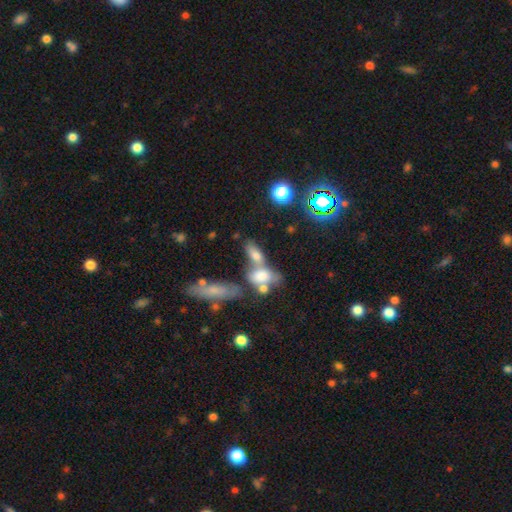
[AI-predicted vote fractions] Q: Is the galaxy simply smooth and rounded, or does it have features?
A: smooth — 67%.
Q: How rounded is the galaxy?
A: in between — 75%.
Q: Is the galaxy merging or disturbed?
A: merger — 52%.